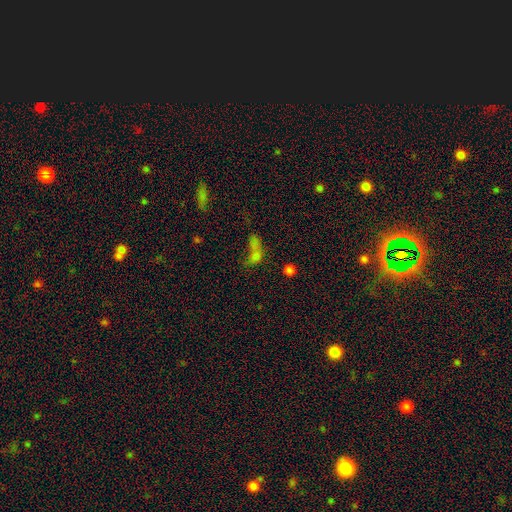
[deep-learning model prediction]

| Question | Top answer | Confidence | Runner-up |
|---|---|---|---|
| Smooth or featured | star or artifact | 46% | smooth (35%) |